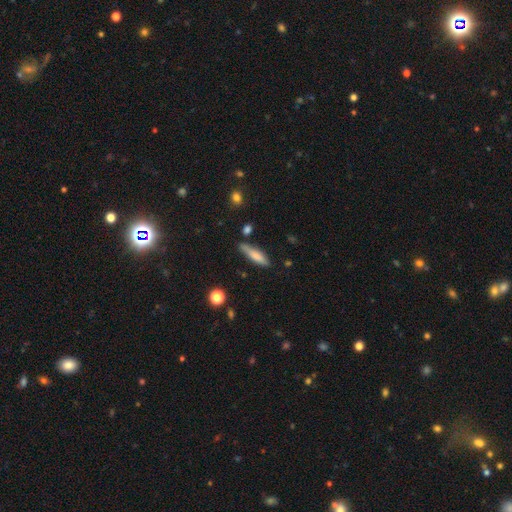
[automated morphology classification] smooth-or-featured: smooth: 74% | featured or disk: 19% | star or artifact: 7%
  how-rounded: cigar-shaped: 71% | in between: 28% | round: 2%
  merging: none: 71% | minor disturbance: 20% | merger: 5% | major disturbance: 4%